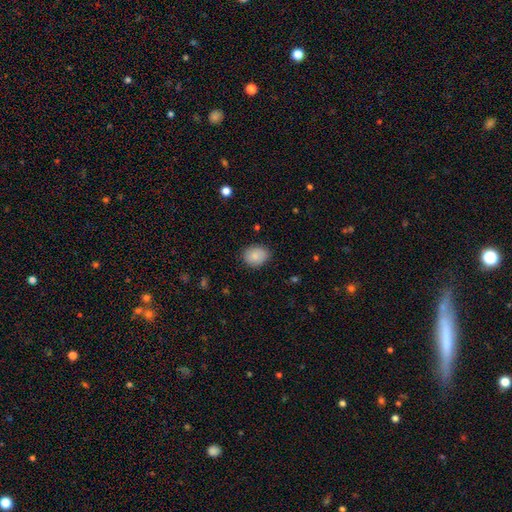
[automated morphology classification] type=smooth (86%); roundness=round (50%, tied with in between); merging=none (82%).